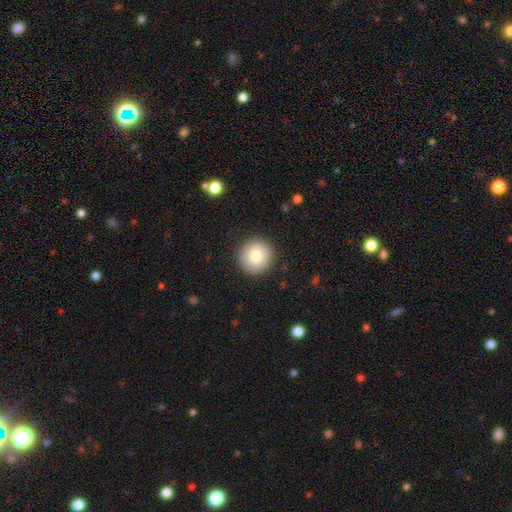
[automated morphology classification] A smooth galaxy with no disk features (78%) that is round (96%).

Vote fractions:
- Smooth or featured? smooth: 78% / featured or disk: 13% / star or artifact: 9%
- How rounded? round: 96% / in between: 3% / cigar-shaped: 1%
- Merging? none: 91% / minor disturbance: 6% / major disturbance: 2% / merger: 1%